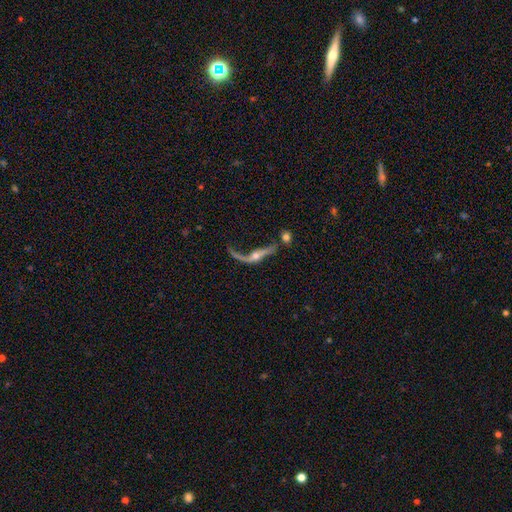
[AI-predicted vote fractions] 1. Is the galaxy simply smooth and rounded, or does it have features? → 77% featured or disk, 14% smooth, 8% star or artifact.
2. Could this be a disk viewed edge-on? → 58% no, 42% yes.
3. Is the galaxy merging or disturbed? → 33% none, 31% major disturbance, 18% merger, 18% minor disturbance.